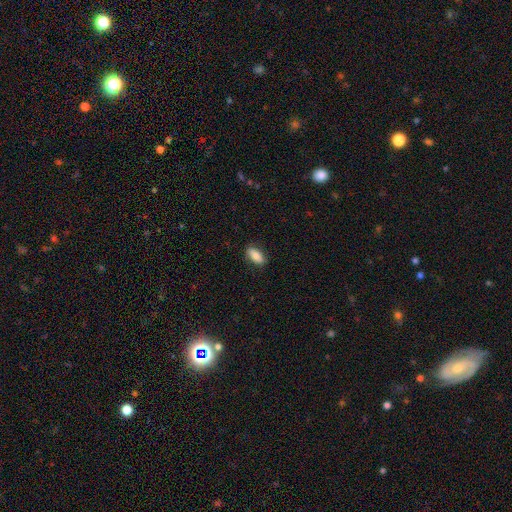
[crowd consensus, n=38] smooth-or-featured: smooth: 84% | featured or disk: 11% | star or artifact: 5%
  how-rounded: in between: 94% | round: 6% | cigar-shaped: 0%
  merging: none: 81% | minor disturbance: 17% | major disturbance: 3% | merger: 0%